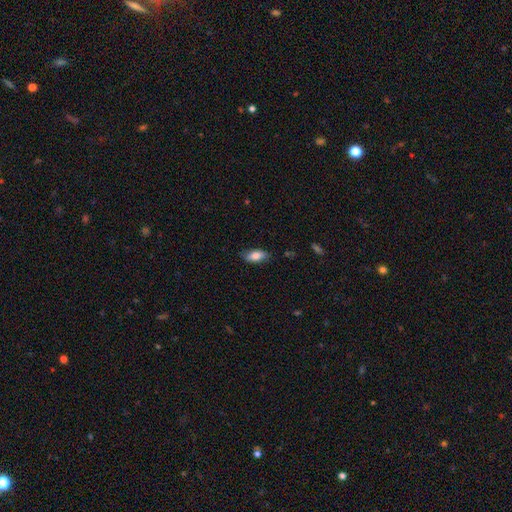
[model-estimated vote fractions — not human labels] smooth 81%, featured or disk 13%, star or artifact 7%. Down the decision tree: how rounded — in between (86%); merging — none (81%).